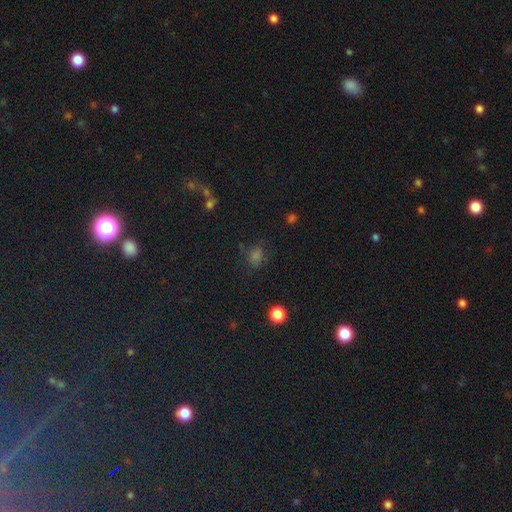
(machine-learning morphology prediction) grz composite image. It shows a smooth galaxy with no disk features (55%) that is in between round and cigar-shaped (52%). Merging: none (69%).